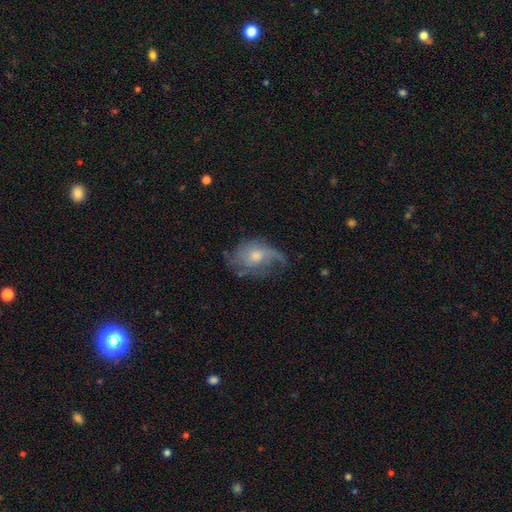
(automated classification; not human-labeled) This appears to be a featured or disk galaxy (65%) with no bar (76%), 1 (29%) loose (47%) spiral arms (81%) and a moderate central bulge (60%). Merging: none (47%).